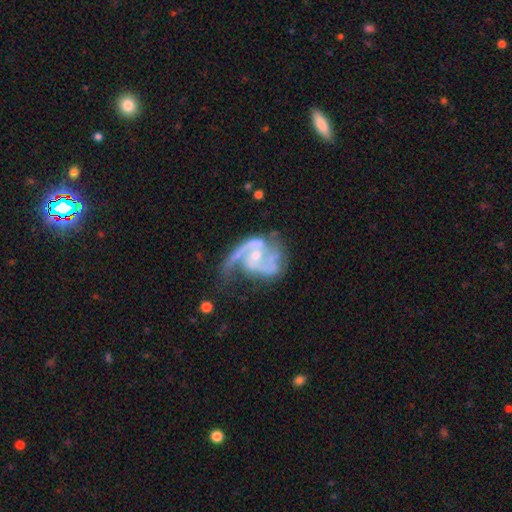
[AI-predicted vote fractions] This appears to be a featured or disk galaxy (89%) with no bar (53%), 2 (68%) medium (50%) spiral arms (95%) and a small central bulge (48%). Merging: none (39%).